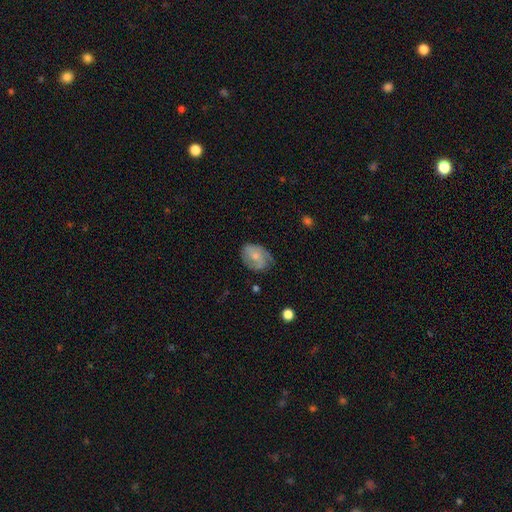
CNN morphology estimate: The model was most divided on "bulge size": small: 46%, moderate: 45%, none: 5%, large: 2%, dominant: 1%. More confident: edge-on disk — no (97%); spiral arms — yes (82%); bar — no (67%); merging — none (59%); smooth or featured — featured or disk (53%).